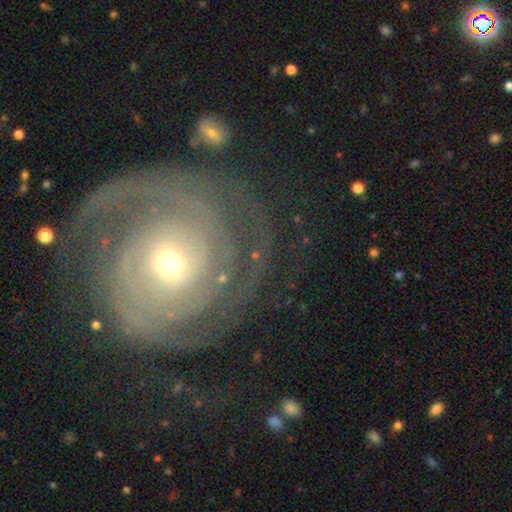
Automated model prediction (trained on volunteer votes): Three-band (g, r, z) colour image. It shows a featured or disk galaxy (74%) with no bar (74%), tight (63%) spiral arms (86%) and a small central bulge (47%). Merging: none (64%).